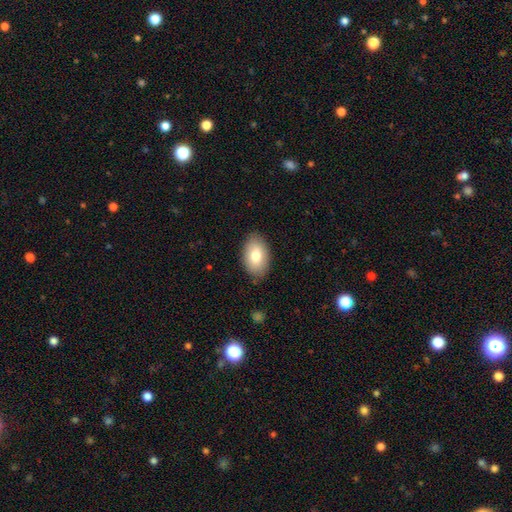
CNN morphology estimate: type=smooth (78%); roundness=in between (92%); merging=none (85%).